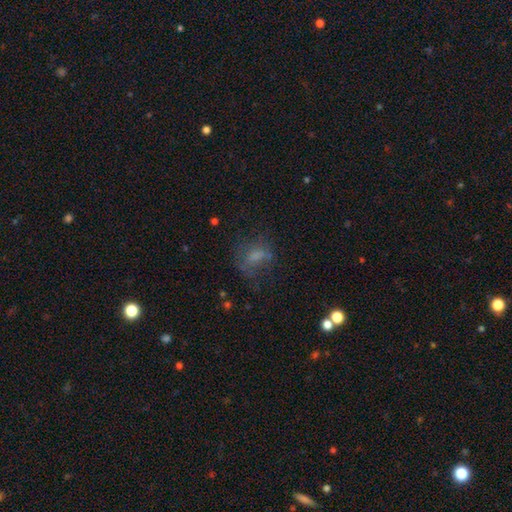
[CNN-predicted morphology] Smooth or featured: smooth — 55% (featured or disk — 28%)
How rounded: in between — 65% (round — 31%)
Merging: none — 50% (major disturbance — 27%)